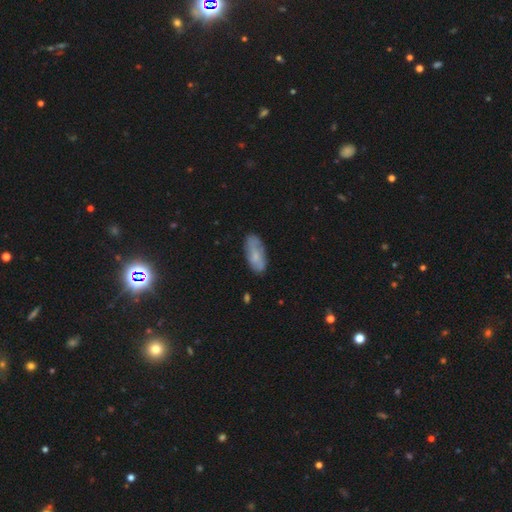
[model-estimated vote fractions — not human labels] A smooth galaxy with no disk features (65%) that is in between round and cigar-shaped (83%).

Vote fractions:
- Smooth or featured? smooth: 65% / featured or disk: 28% / star or artifact: 7%
- How rounded? in between: 83% / cigar-shaped: 14% / round: 2%
- Merging? none: 74% / minor disturbance: 20% / major disturbance: 4% / merger: 2%